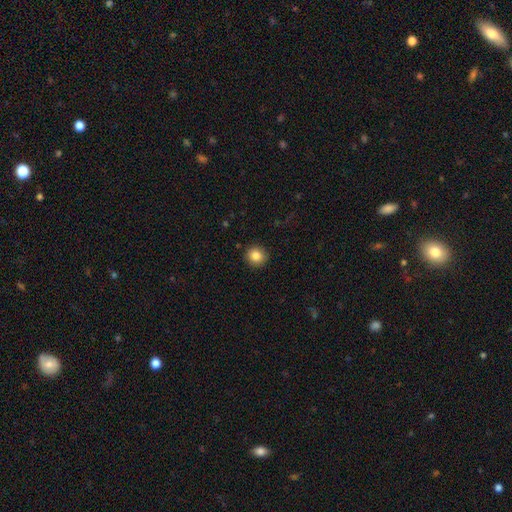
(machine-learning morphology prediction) smooth-or-featured: smooth: 85% | star or artifact: 10% | featured or disk: 5%
  how-rounded: round: 90% | in between: 9% | cigar-shaped: 1%
  merging: none: 91% | minor disturbance: 6% | major disturbance: 2% | merger: 1%